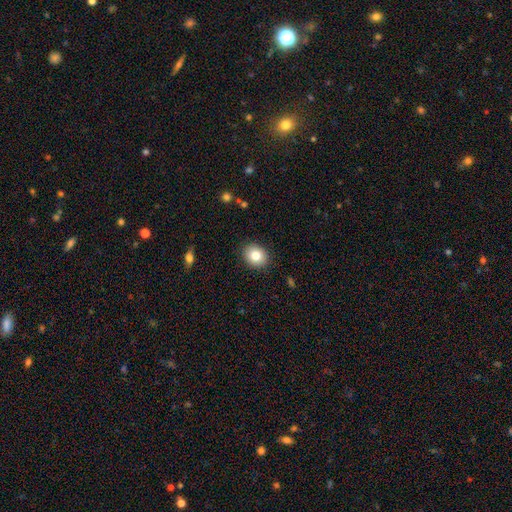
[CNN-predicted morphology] type=smooth (82%); roundness=round (60%); merging=none (90%).